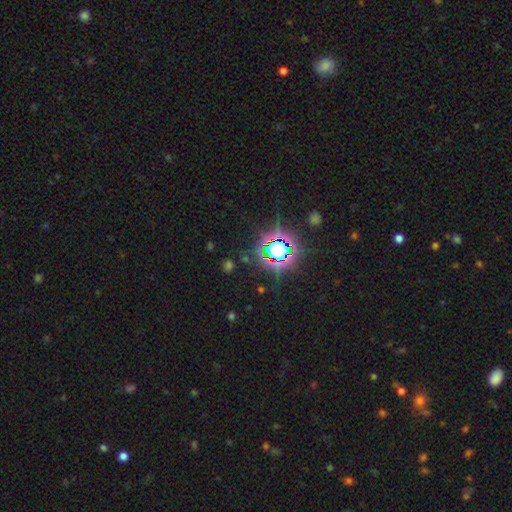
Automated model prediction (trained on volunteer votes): This is clearly a star or artifact rather than a galaxy (81%).